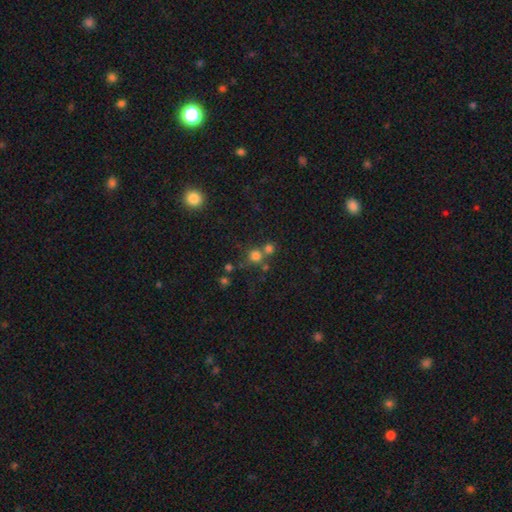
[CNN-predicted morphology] The model was most divided on "merging": none: 56%, merger: 33%, minor disturbance: 7%, major disturbance: 4%. More confident: how rounded — round (90%); smooth or featured — smooth (72%).